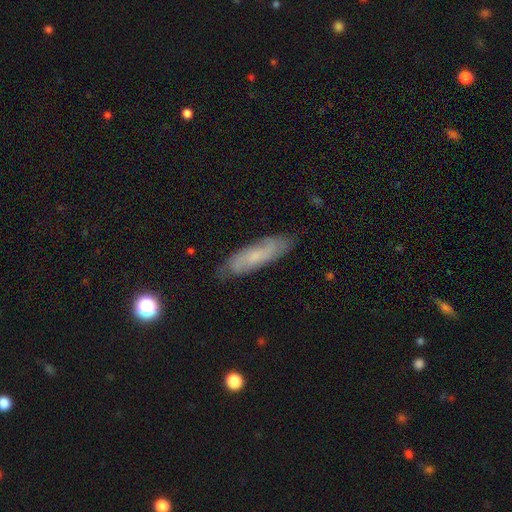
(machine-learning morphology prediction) This is possibly a featured or disk galaxy (52%). It is likely not viewed edge-on (77%). Merging: likely none (78%).